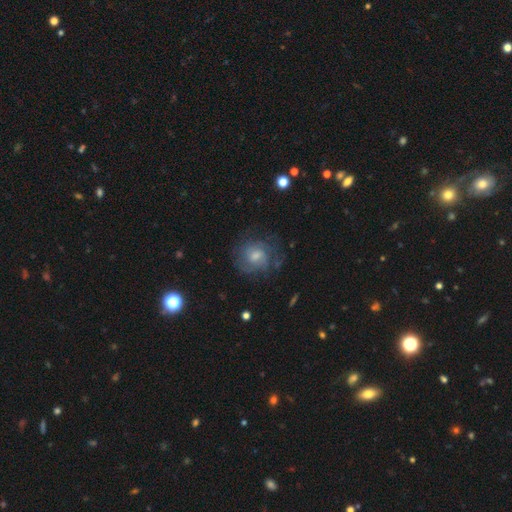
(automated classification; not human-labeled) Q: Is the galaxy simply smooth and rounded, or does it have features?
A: featured or disk — 50%.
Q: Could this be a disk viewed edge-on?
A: no — 97%.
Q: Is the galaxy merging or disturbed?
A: none — 64%.